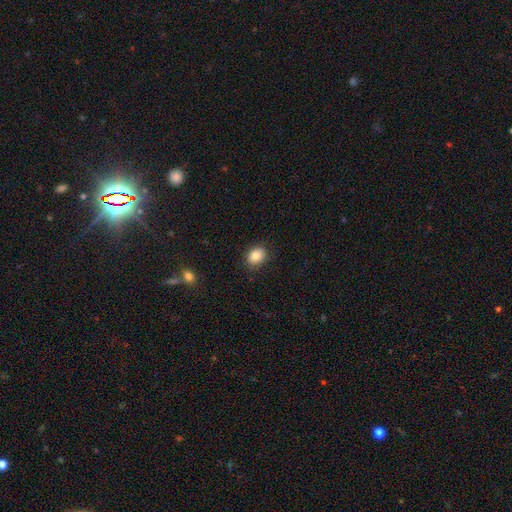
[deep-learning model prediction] smooth-or-featured: smooth: 86% | star or artifact: 9% | featured or disk: 5%
  how-rounded: in between: 60% | round: 39% | cigar-shaped: 1%
  merging: none: 86% | minor disturbance: 10% | major disturbance: 3% | merger: 1%